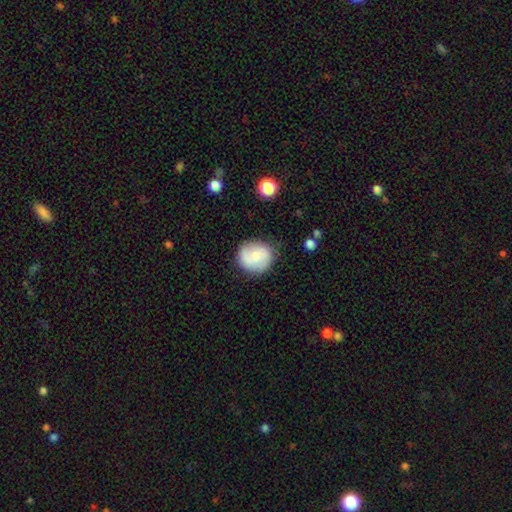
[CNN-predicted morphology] Smooth or featured? smooth (66%)
How rounded? round (85%)
Merging? none (76%)